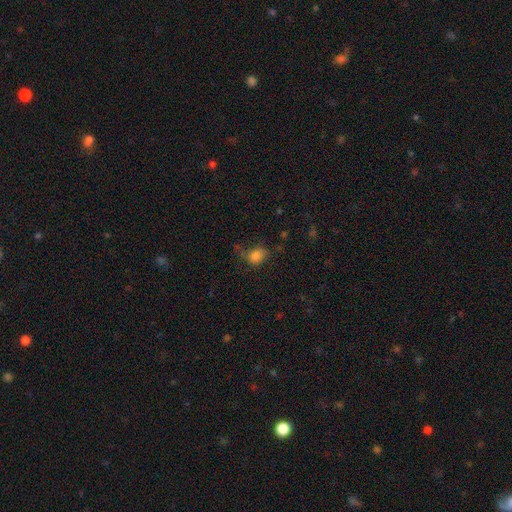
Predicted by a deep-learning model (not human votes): This is clearly a smooth galaxy (82%). How rounded: possibly in between (55%). Merging: possibly none (50%).